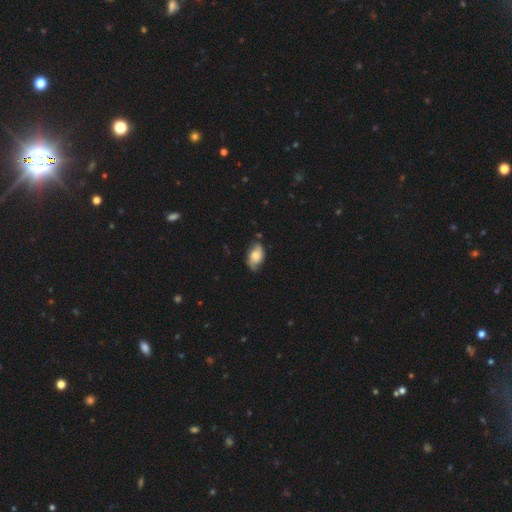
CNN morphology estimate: featured or disk 54%, smooth 39%, star or artifact 8%. Down the decision tree: edge-on disk — no (94%); bar — no (69%); spiral arms — yes (88%); bulge size — large (34%); merging — none (70%).